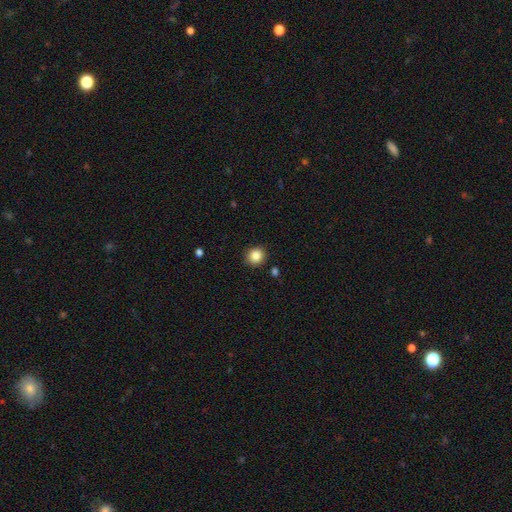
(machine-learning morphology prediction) Q: Smooth or featured?
A: smooth (86%); runner-up: star or artifact (10%)
Q: How rounded?
A: round (87%); runner-up: in between (12%)
Q: Merging?
A: none (90%); runner-up: minor disturbance (6%)